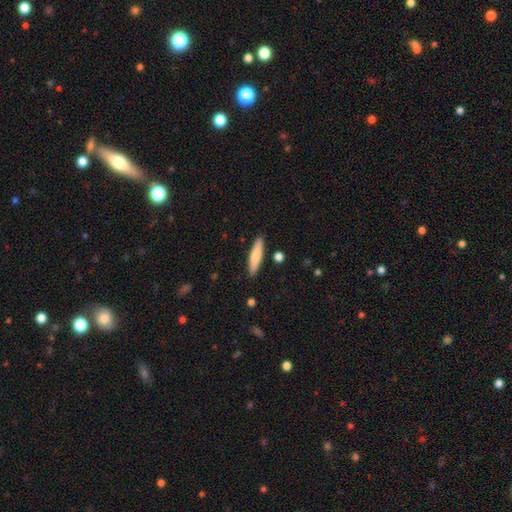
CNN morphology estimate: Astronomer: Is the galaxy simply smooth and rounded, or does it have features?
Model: smooth — 75%.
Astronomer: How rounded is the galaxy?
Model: cigar-shaped — 80%.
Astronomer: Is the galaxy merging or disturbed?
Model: none — 88%.